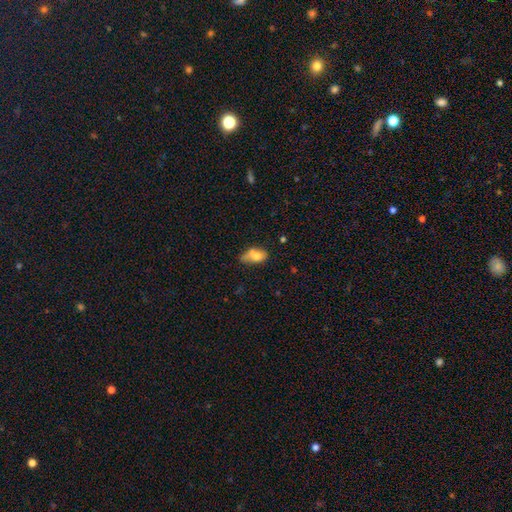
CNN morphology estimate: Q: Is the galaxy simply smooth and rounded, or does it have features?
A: smooth — 69%.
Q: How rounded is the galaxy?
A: in between — 84%.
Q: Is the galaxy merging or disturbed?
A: none — 33%.